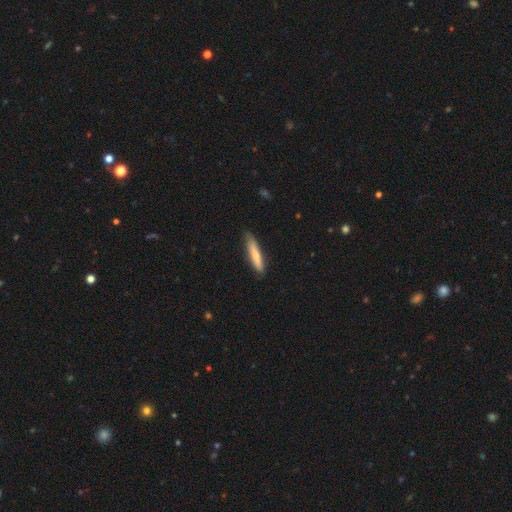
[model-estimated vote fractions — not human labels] Q: Smooth or featured?
A: smooth (71%); runner-up: featured or disk (23%)
Q: How rounded?
A: cigar-shaped (86%); runner-up: in between (12%)
Q: Merging?
A: none (80%); runner-up: minor disturbance (17%)